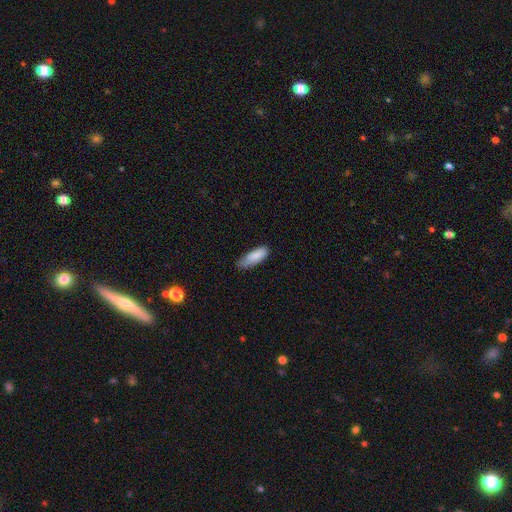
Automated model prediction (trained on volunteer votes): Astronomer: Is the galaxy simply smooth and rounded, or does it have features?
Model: smooth — 86%.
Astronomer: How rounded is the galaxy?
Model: in between — 69%.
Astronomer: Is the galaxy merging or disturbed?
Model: none — 53% (runner-up: minor disturbance, 38%).